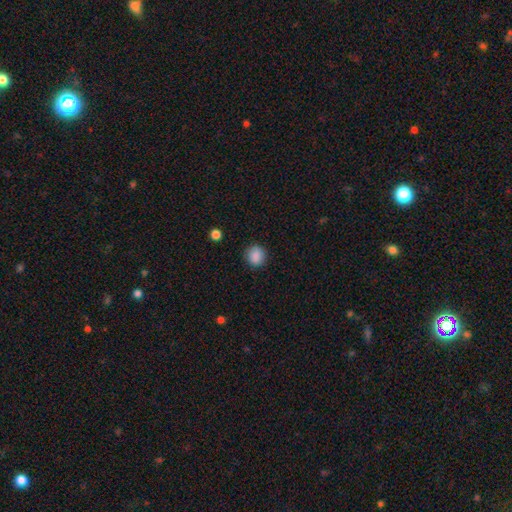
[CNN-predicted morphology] Smooth or featured?
  - smooth: 88% *
  - star or artifact: 9%
  - featured or disk: 3%
How rounded?
  - round: 85% *
  - in between: 14%
  - cigar-shaped: 1%
Merging?
  - none: 89% *
  - minor disturbance: 8%
  - major disturbance: 2%
  - merger: 1%